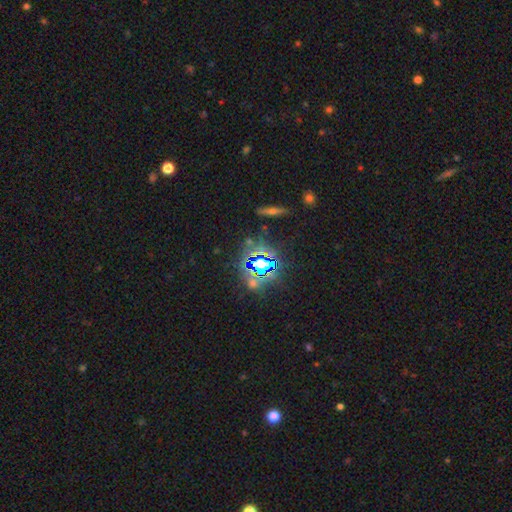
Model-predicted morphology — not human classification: star or artifact 81%, smooth 12%, featured or disk 7%.